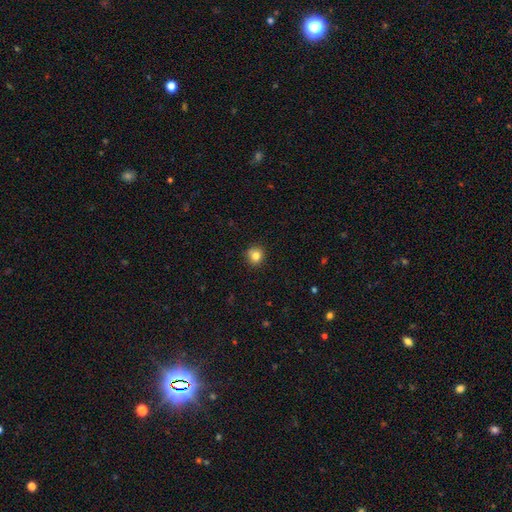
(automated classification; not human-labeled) Morphology: type=smooth (82%); roundness=round (90%); merging=none (87%).